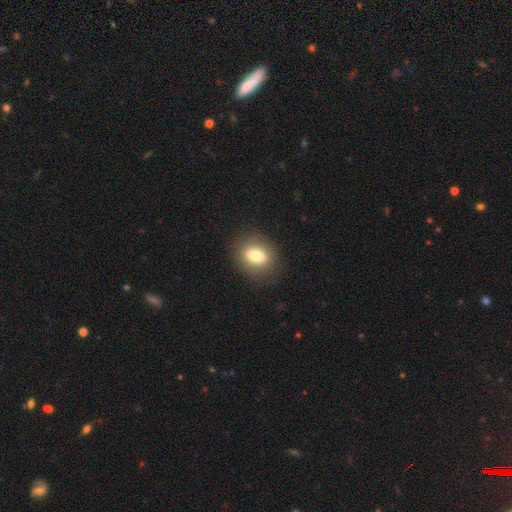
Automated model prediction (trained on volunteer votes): Smooth or featured? Predicted: smooth (p=0.77). How rounded? Predicted: round (p=0.50). Merging? Predicted: none (p=0.86).